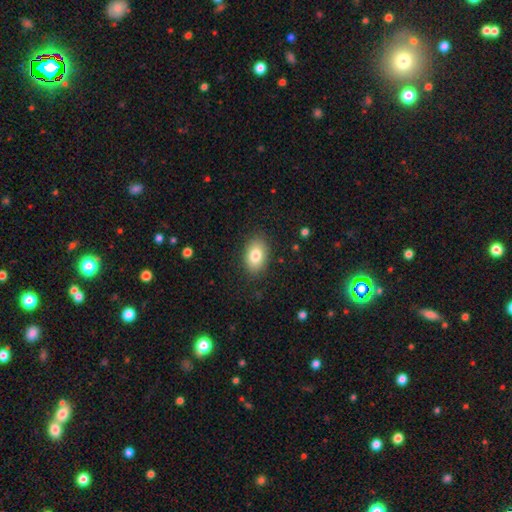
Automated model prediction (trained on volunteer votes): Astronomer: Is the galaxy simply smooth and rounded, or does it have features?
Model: smooth — 81%.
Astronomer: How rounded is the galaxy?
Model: in between — 85%.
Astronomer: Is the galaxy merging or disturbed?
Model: none — 86%.